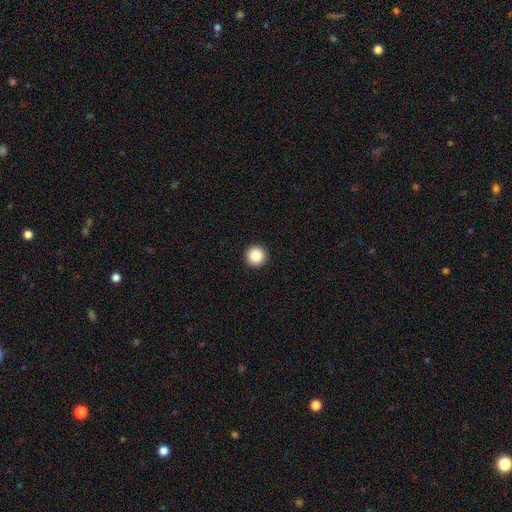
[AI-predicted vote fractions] Smooth or featured? Predicted: smooth (p=0.88). How rounded? Predicted: round (p=0.97). Merging? Predicted: none (p=0.94).